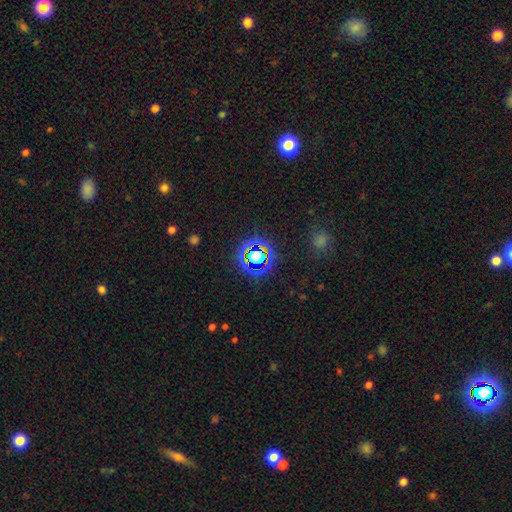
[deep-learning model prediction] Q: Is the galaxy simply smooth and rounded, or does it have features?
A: star or artifact — 64%.